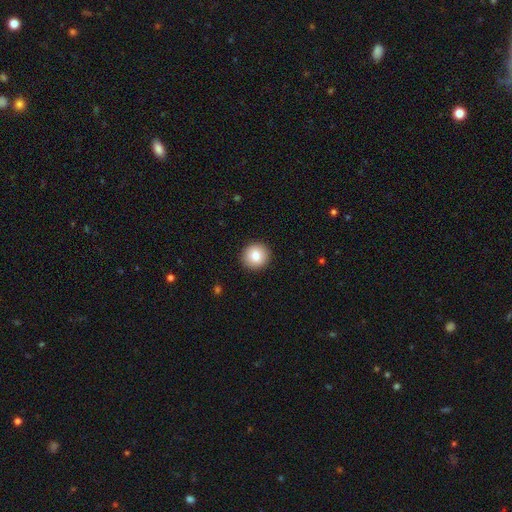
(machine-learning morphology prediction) Overall: smooth (83%). How rounded: round (92%). Merging: none (92%).